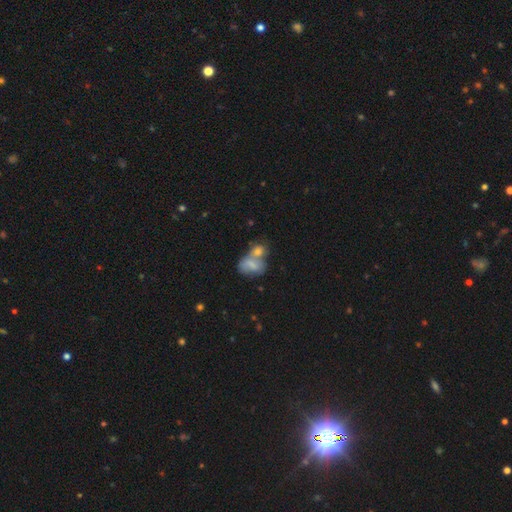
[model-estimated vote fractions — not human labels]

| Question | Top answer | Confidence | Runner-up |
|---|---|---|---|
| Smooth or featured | smooth | 60% | featured or disk (27%) |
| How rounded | in between | 67% | round (30%) |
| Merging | merger | 60% | none (26%) |